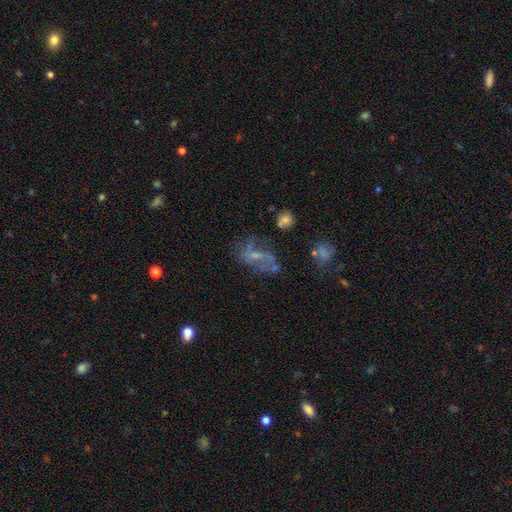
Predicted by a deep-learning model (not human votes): Overall: featured or disk (54%; smooth 29%). Edge-on disk: no (94%). Bar: no (48%; weak 38%). Spiral arms: no (53%; yes 47%). Bulge size: small (47%; moderate 25%). Merging: none (43%; major disturbance 27%).